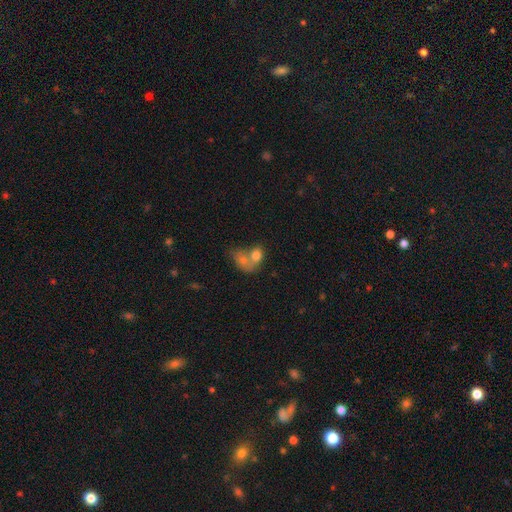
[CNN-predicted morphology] smooth-or-featured: smooth: 73% | featured or disk: 17% | star or artifact: 9%
  how-rounded: in between: 63% | round: 35% | cigar-shaped: 2%
  merging: merger: 69% | none: 18% | minor disturbance: 7% | major disturbance: 5%